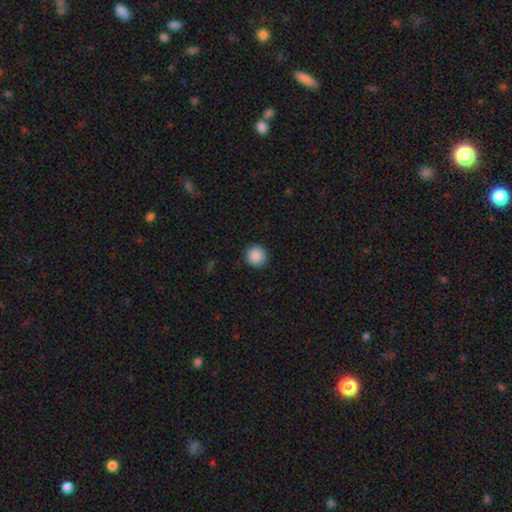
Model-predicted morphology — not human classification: Q: Smooth or featured?
A: smooth (89%); runner-up: star or artifact (8%)
Q: How rounded?
A: round (93%); runner-up: in between (6%)
Q: Merging?
A: none (91%); runner-up: minor disturbance (6%)